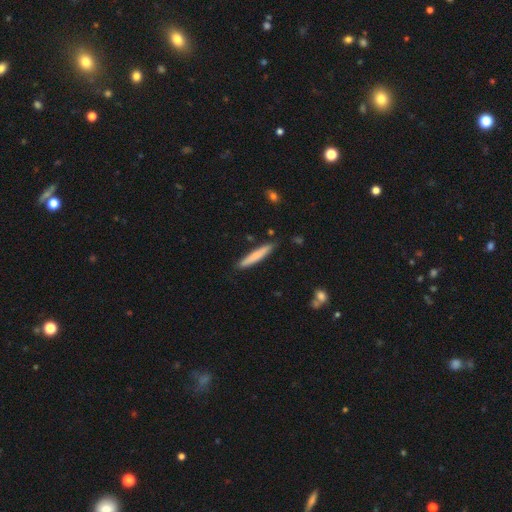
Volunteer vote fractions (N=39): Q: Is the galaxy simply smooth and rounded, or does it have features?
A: smooth — 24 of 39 (62%).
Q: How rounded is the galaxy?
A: cigar-shaped — 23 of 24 (96%).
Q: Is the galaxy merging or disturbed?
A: none — 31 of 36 (86%).